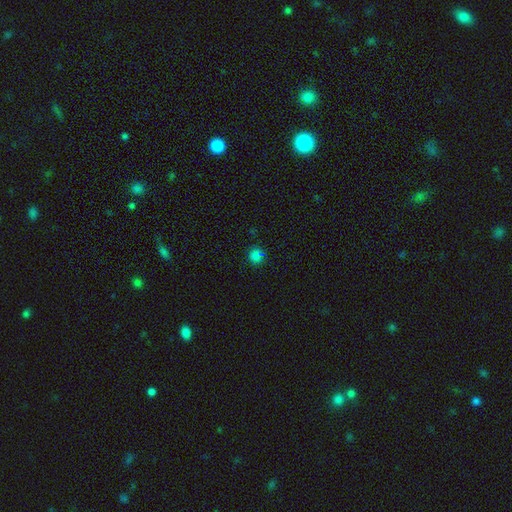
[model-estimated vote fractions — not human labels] Morphology: type=smooth (72%); roundness=round (86%); merging=none (80%).